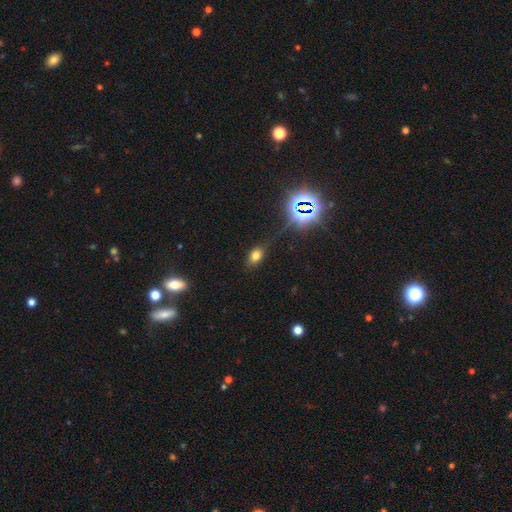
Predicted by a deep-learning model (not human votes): Q: Smooth or featured?
A: smooth (68%); runner-up: star or artifact (23%)
Q: How rounded?
A: in between (77%); runner-up: round (21%)
Q: Merging?
A: none (81%); runner-up: minor disturbance (13%)